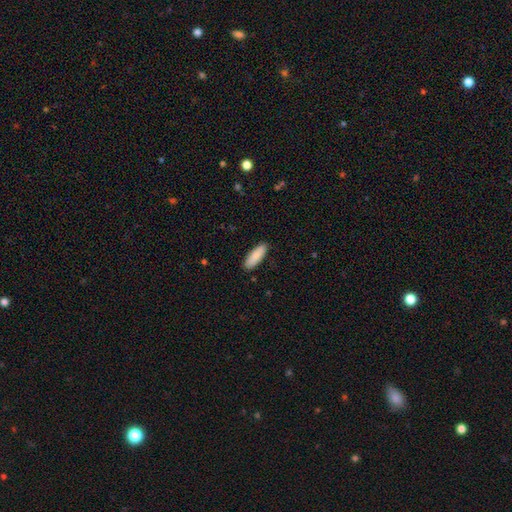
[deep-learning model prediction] A smooth galaxy with no disk features (87%) that is in between round and cigar-shaped (58%). Merging: none (88%).